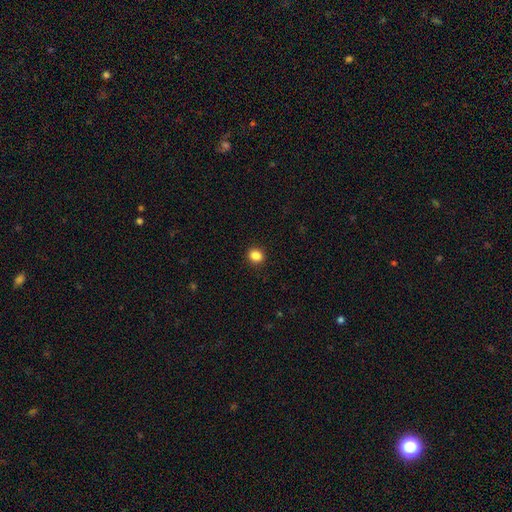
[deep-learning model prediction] smooth-or-featured: smooth: 86% | star or artifact: 11% | featured or disk: 3%
  how-rounded: round: 77% | in between: 22% | cigar-shaped: 1%
  merging: none: 92% | minor disturbance: 5% | major disturbance: 2% | merger: 1%